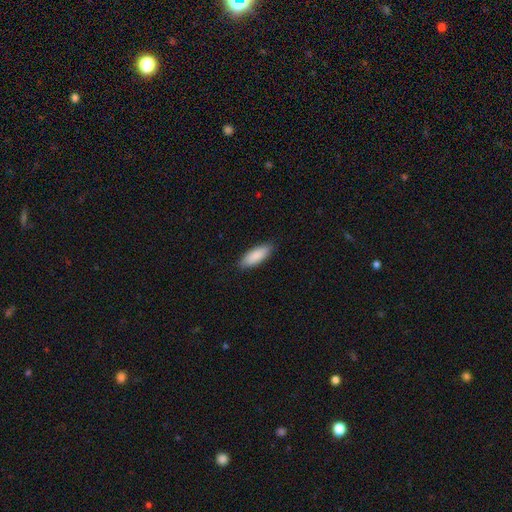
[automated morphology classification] A smooth galaxy with no disk features (89%) that is in between round and cigar-shaped (70%). Merging: none (88%).